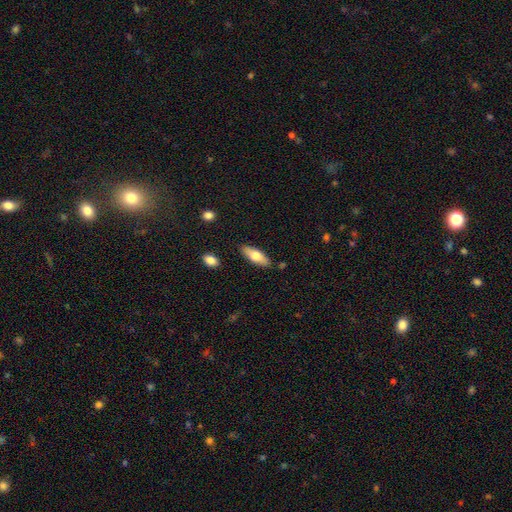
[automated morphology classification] Overall: smooth (69%). How rounded: in between (69%). Merging: none (85%).